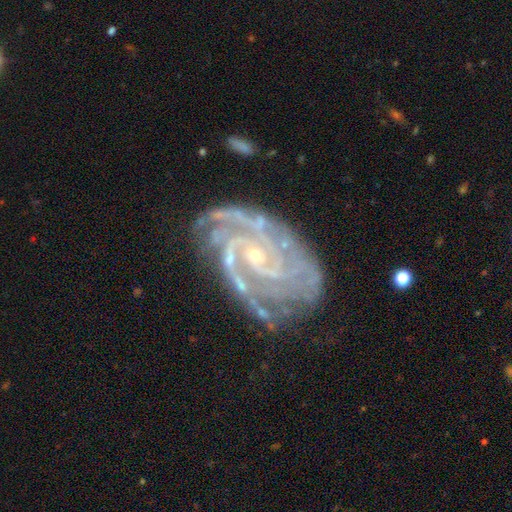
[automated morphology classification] featured or disk 92%, star or artifact 5%, smooth 3%. Down the decision tree: edge-on disk — no (97%); bar — no (57%); spiral arms — yes (98%); spiral arm count — 3 (29%); spiral winding — tight (62%); bulge size — small (76%); merging — none (67%).